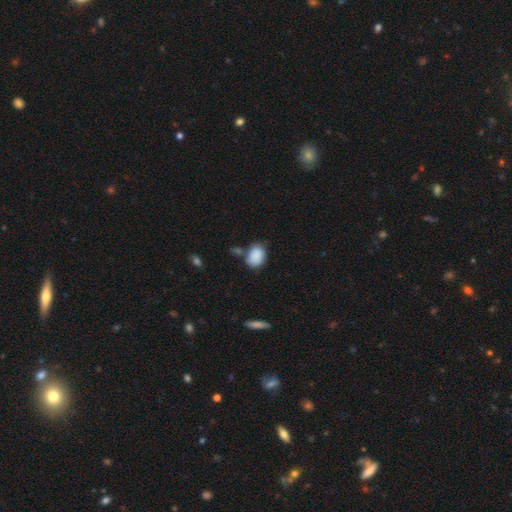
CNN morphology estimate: type=smooth (88%); roundness=in between (76%); merging=none (62%).